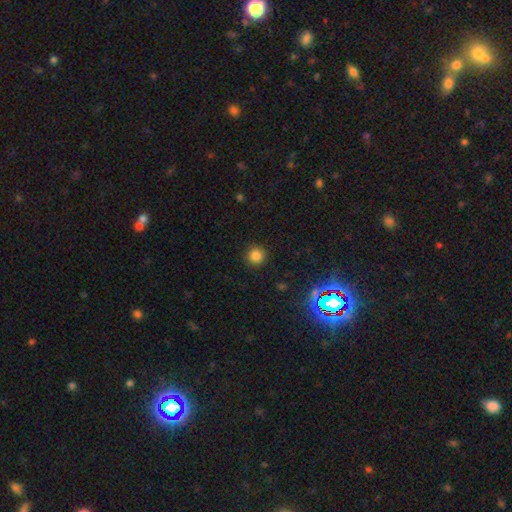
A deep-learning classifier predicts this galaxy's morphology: The model was most divided on "smooth or featured": smooth: 82%, star or artifact: 13%, featured or disk: 4%. More confident: how rounded — round (95%); merging — none (92%).